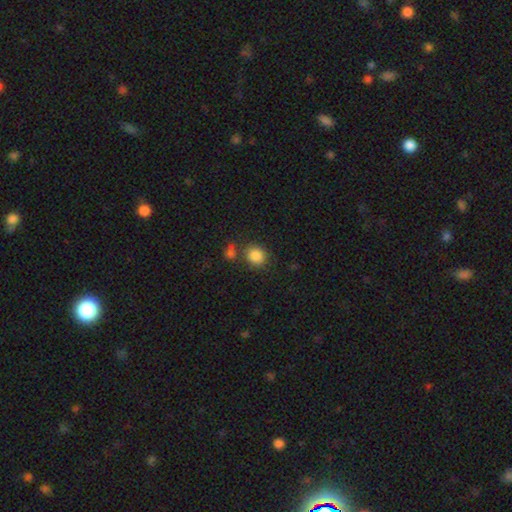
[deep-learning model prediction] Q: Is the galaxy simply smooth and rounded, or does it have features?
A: smooth — 86%.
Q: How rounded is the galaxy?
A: round — 80%.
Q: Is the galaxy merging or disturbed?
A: none — 71%.